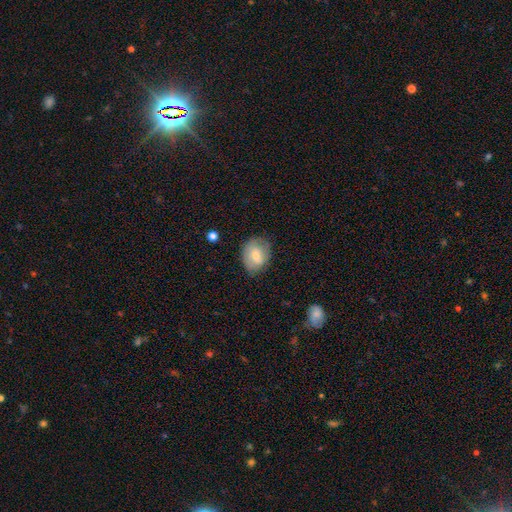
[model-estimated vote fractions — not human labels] Q: Smooth or featured?
A: smooth (64%); runner-up: featured or disk (29%)
Q: How rounded?
A: in between (61%); runner-up: round (38%)
Q: Merging?
A: none (69%); runner-up: minor disturbance (23%)